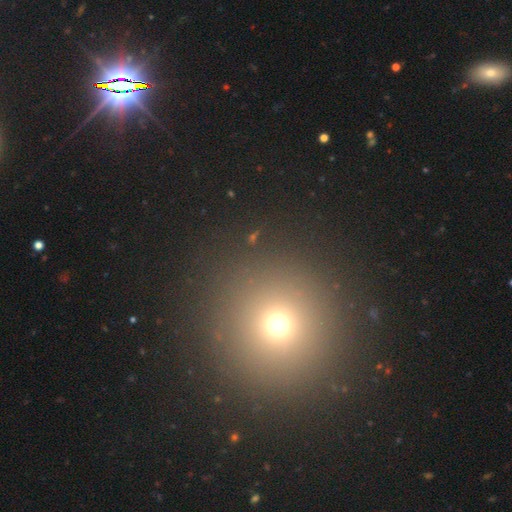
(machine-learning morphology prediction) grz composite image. It shows a smooth galaxy with no disk features (59%) that is round (95%). Merging: none (92%).